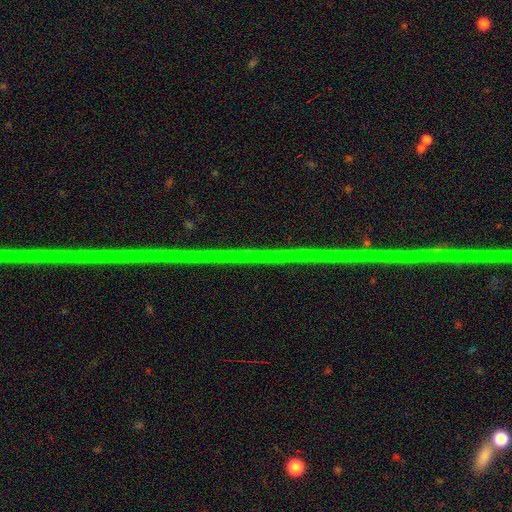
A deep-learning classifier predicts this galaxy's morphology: Smooth or featured: star or artifact — 87% (featured or disk — 9%)